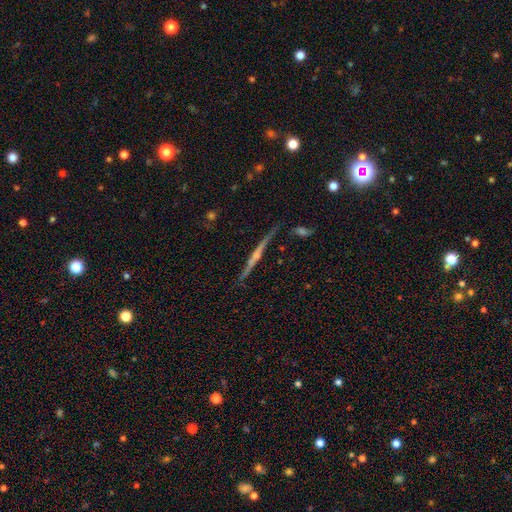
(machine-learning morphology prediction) smooth_or_featured: featured or disk (p=0.77) [alt: smooth p=0.14]
disk_edge_on: yes (p=0.97) [alt: no p=0.03]
edge_on_bulge: rounded (p=0.63) [alt: none p=0.27]
merging: none (p=0.81) [alt: minor disturbance p=0.12]